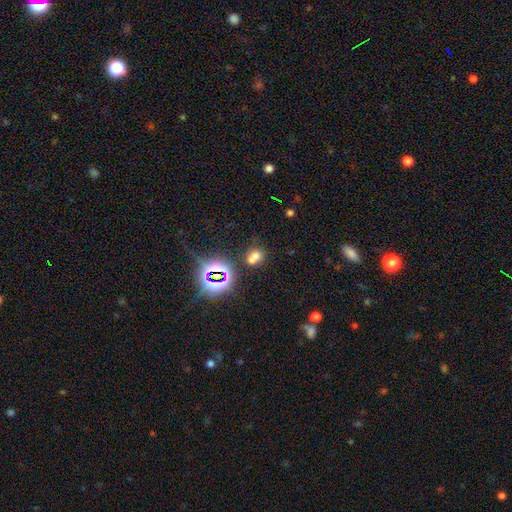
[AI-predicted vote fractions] smooth_or_featured: smooth (p=0.57) [alt: star or artifact p=0.30]
how_rounded: round (p=0.51) [alt: in between p=0.47]
merging: none (p=0.43) [alt: merger p=0.42]